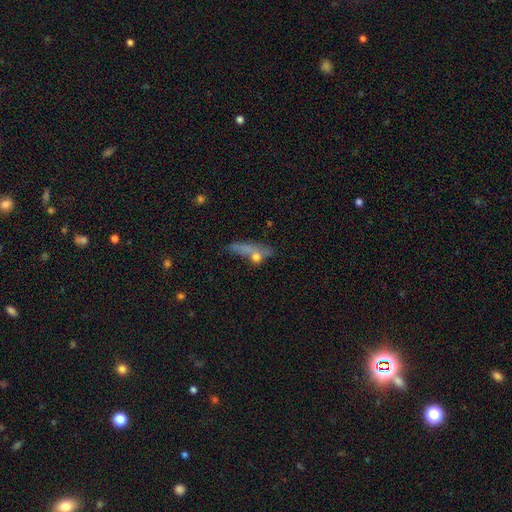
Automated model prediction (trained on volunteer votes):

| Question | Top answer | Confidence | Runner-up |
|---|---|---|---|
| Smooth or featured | smooth | 56% | featured or disk (29%) |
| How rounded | cigar-shaped | 48% | in between (37%) |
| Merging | none | 35% | major disturbance (24%) |